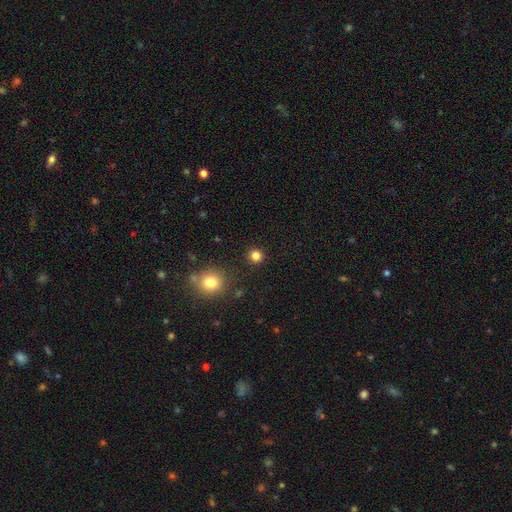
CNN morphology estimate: This appears to be a smooth galaxy with no disk features (82%) that is round (94%). Merging: none (91%).